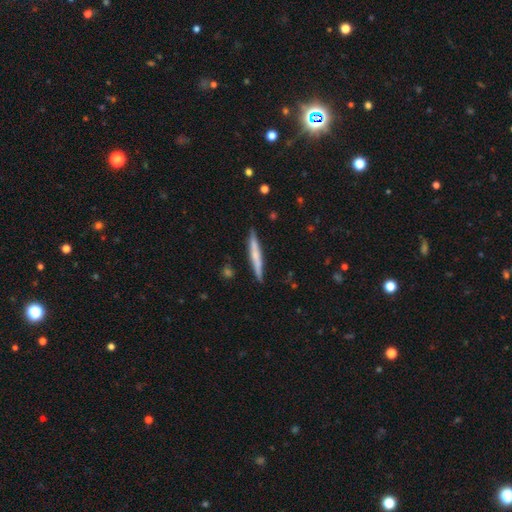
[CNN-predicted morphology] Smooth or featured?
  - smooth: 52% *
  - featured or disk: 43%
  - star or artifact: 6%
How rounded?
  - cigar-shaped: 95% *
  - in between: 3%
  - round: 2%
Merging?
  - none: 88% *
  - minor disturbance: 9%
  - major disturbance: 2%
  - merger: 1%